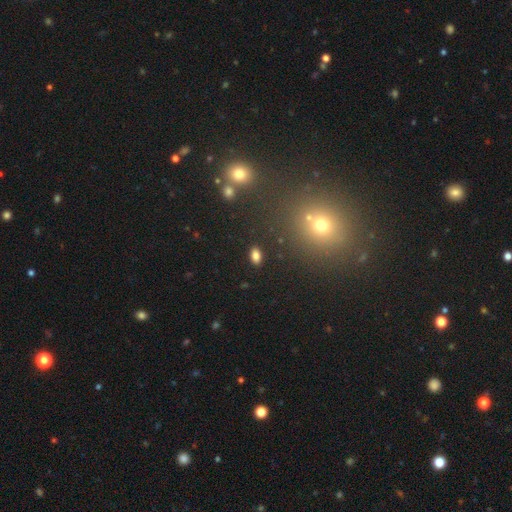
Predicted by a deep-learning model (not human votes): The model was most divided on "smooth or featured": smooth: 82%, star or artifact: 12%, featured or disk: 6%. More confident: how rounded — in between (90%); merging — none (87%).